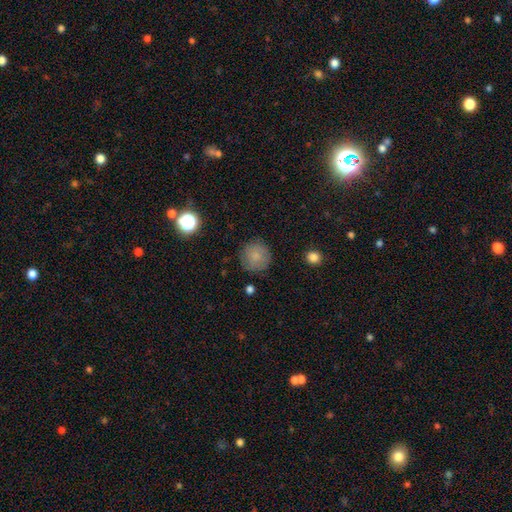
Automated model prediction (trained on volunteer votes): This appears to be a smooth galaxy with no disk features (82%) that is round (94%). Merging: none (84%).